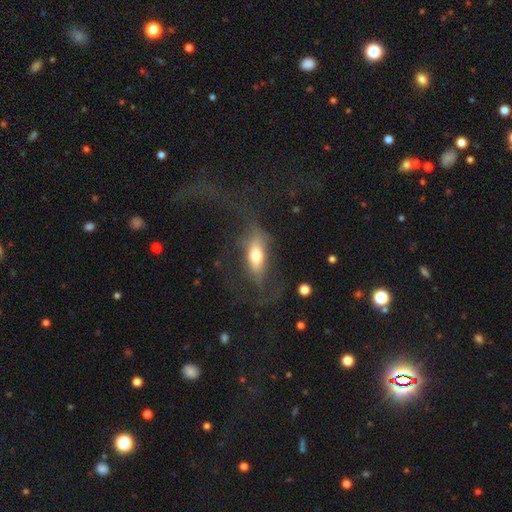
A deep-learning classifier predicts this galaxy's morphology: Q: Smooth or featured?
A: smooth (53%); runner-up: featured or disk (39%)
Q: How rounded?
A: in between (63%); runner-up: cigar-shaped (32%)
Q: Merging?
A: none (44%); runner-up: major disturbance (35%)